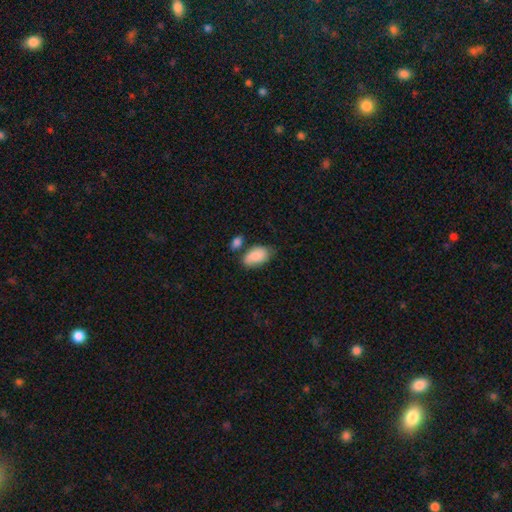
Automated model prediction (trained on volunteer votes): smooth-or-featured: smooth: 86% | featured or disk: 8% | star or artifact: 6%
  how-rounded: in between: 94% | round: 5% | cigar-shaped: 2%
  merging: none: 56% | minor disturbance: 23% | merger: 14% | major disturbance: 6%